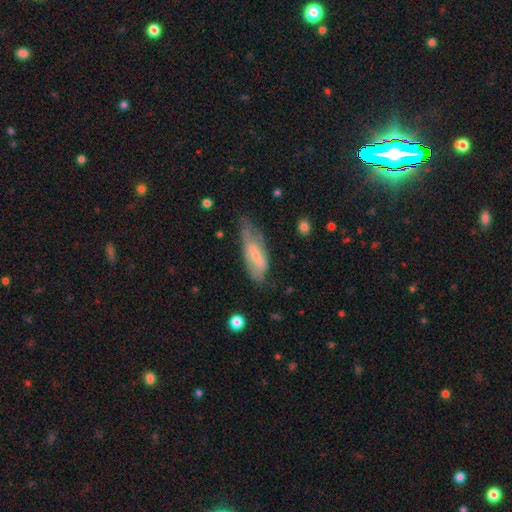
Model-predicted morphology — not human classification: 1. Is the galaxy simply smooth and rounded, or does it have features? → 47% featured or disk, 46% smooth, 7% star or artifact.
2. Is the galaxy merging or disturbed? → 41% none, 35% minor disturbance, 21% major disturbance, 3% merger.